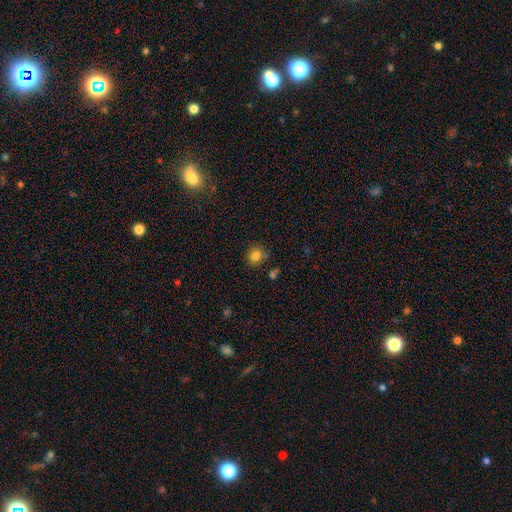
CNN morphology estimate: Overall: smooth (82%). How rounded: round (73%). Merging: none (77%).